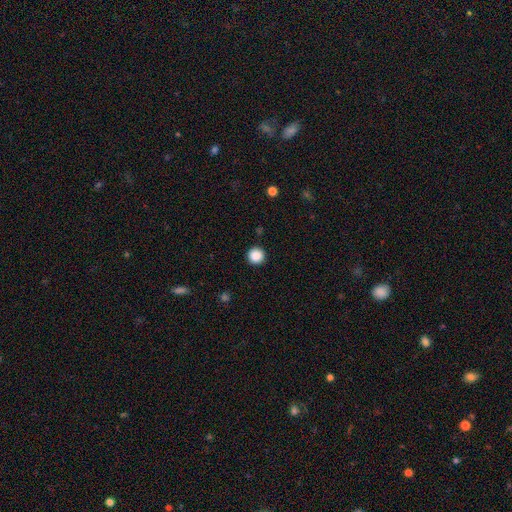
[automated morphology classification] Smooth or featured?
  - smooth: 87% *
  - star or artifact: 10%
  - featured or disk: 3%
How rounded?
  - round: 96% *
  - in between: 3%
  - cigar-shaped: 1%
Merging?
  - none: 93% *
  - minor disturbance: 5%
  - major disturbance: 2%
  - merger: 1%